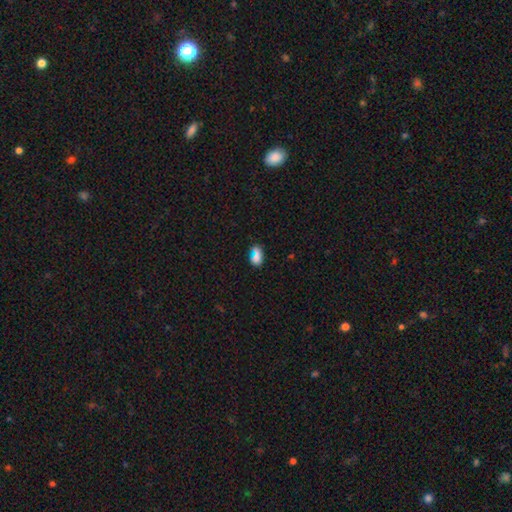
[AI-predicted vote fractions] smooth 69%, star or artifact 20%, featured or disk 11%. Down the decision tree: how rounded — in between (79%); merging — none (60%).